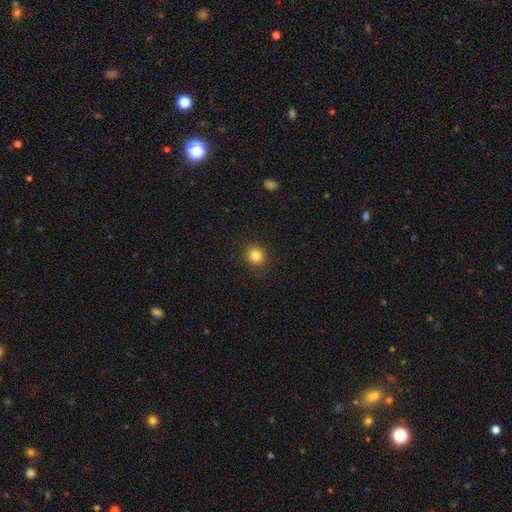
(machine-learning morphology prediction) Smooth or featured? smooth (83%)
How rounded? round (86%)
Merging? none (90%)